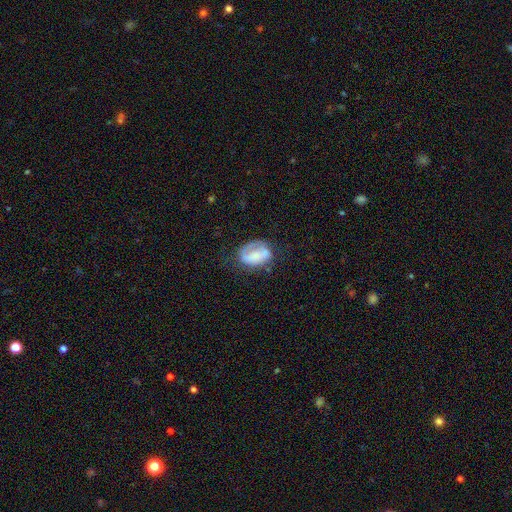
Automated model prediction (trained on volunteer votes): Smooth or featured? Predicted: featured or disk (p=0.47). Merging? Predicted: none (p=0.47).